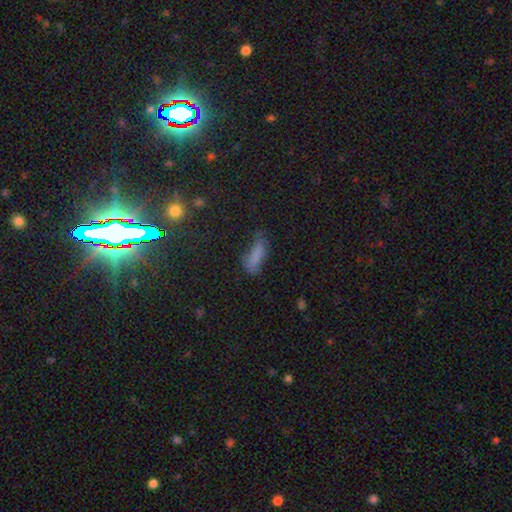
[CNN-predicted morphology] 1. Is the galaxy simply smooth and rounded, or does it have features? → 72% smooth, 15% star or artifact, 13% featured or disk.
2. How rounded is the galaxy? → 57% in between, 40% cigar-shaped, 3% round.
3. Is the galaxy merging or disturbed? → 44% none, 32% minor disturbance, 19% major disturbance, 5% merger.